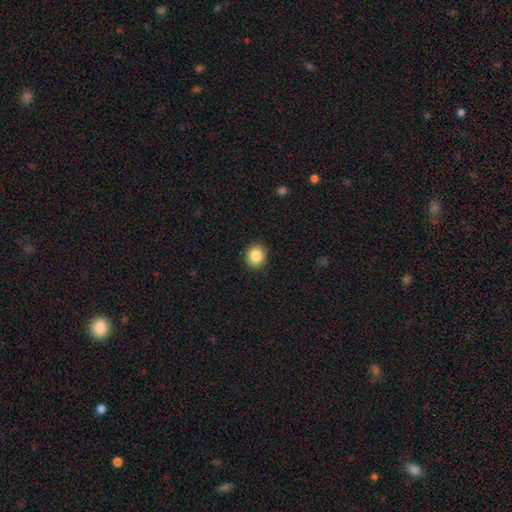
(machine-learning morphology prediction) This is clearly a smooth galaxy (86%). How rounded: clearly round (81%). Merging: clearly none (91%).